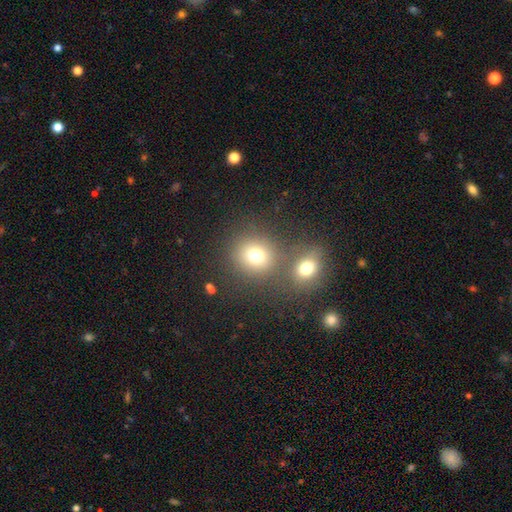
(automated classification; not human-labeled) Morphology: type=smooth (75%); roundness=round (81%); merging=none (61%).